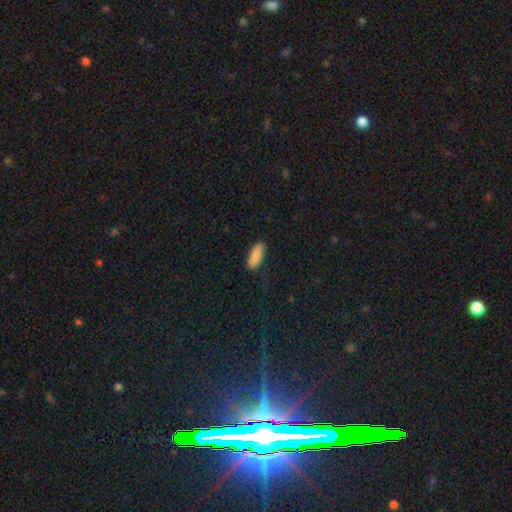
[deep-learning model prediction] Q: Smooth or featured?
A: smooth (87%); runner-up: featured or disk (7%)
Q: How rounded?
A: in between (75%); runner-up: cigar-shaped (23%)
Q: Merging?
A: none (83%); runner-up: minor disturbance (13%)